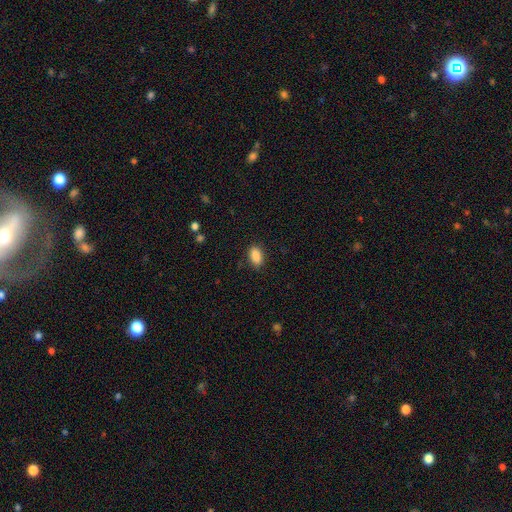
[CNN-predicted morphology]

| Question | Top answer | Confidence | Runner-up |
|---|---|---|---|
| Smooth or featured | smooth | 89% | star or artifact (8%) |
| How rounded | in between | 91% | round (6%) |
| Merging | none | 86% | minor disturbance (10%) |